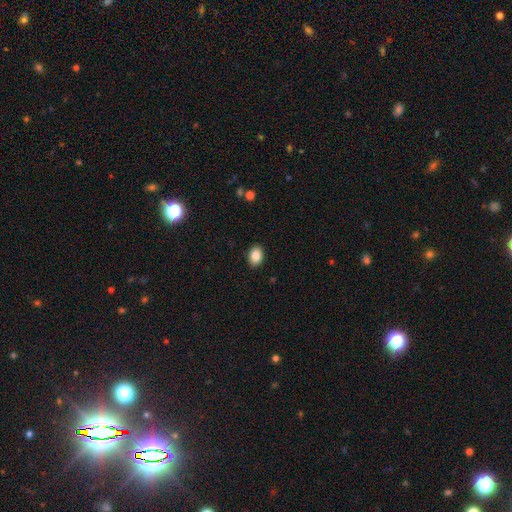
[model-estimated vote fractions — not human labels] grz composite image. It shows a smooth galaxy with no disk features (86%) that is in between round and cigar-shaped (72%). Merging: none (90%).